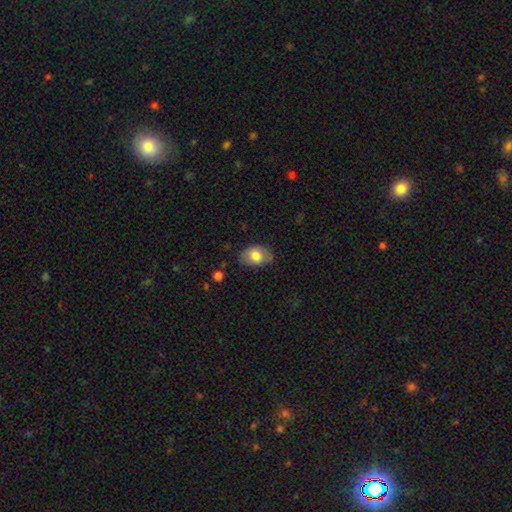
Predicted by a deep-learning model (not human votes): smooth-or-featured: smooth: 78% | featured or disk: 15% | star or artifact: 7%
  how-rounded: in between: 82% | round: 17% | cigar-shaped: 1%
  merging: none: 75% | minor disturbance: 19% | major disturbance: 4% | merger: 2%